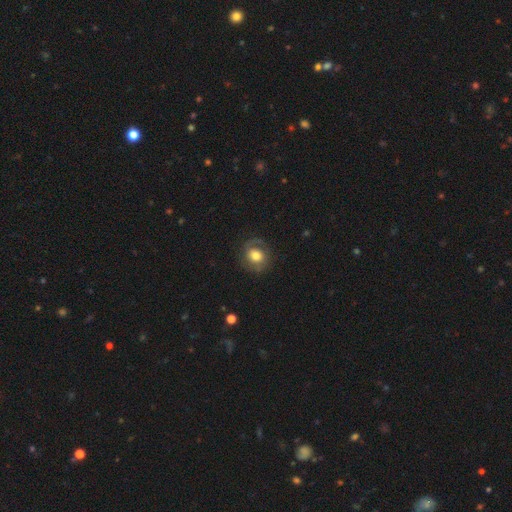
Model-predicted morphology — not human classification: This appears to be a smooth galaxy with no disk features (53%) that is round (75%). Merging: none (75%).